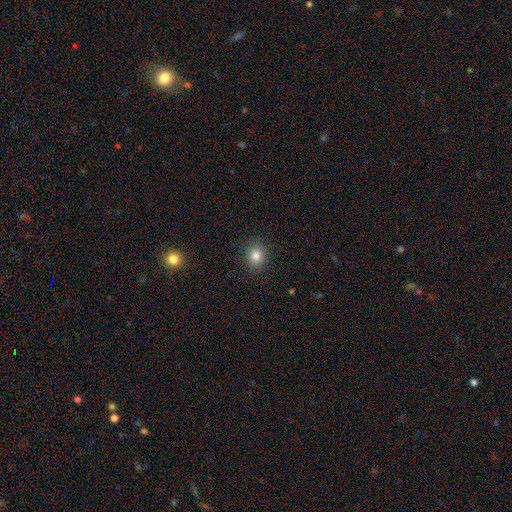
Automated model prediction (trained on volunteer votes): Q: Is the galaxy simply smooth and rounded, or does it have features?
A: smooth — 82%.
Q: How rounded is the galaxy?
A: round — 71%.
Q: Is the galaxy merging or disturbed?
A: none — 89%.